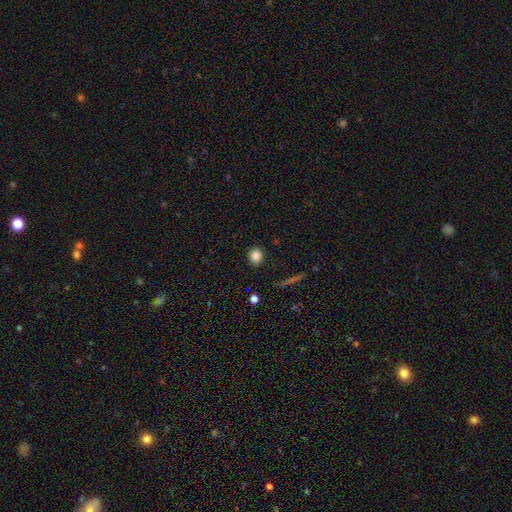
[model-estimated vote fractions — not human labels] Smooth or featured? smooth (83%)
How rounded? round (74%)
Merging? none (90%)